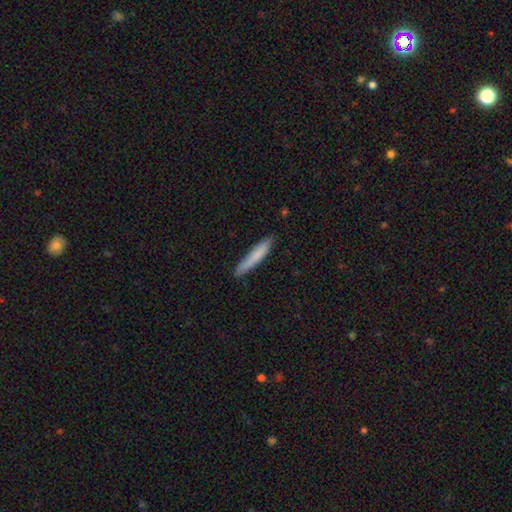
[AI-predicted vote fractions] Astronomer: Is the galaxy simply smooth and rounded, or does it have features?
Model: smooth — 76%.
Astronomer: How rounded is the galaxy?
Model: cigar-shaped — 94%.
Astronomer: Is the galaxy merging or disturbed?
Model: none — 85%.